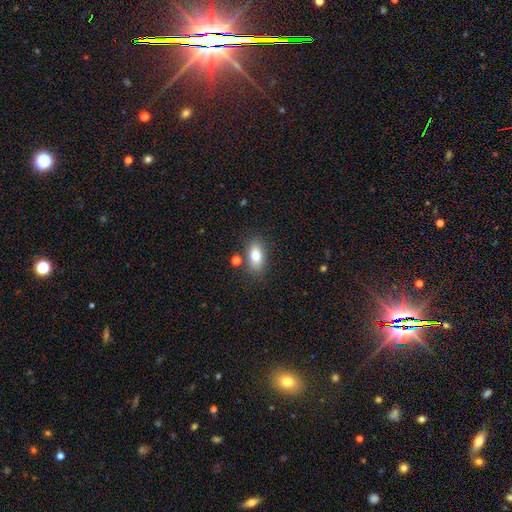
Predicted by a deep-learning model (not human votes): Smooth or featured? smooth (78%)
How rounded? in between (87%)
Merging? none (79%)